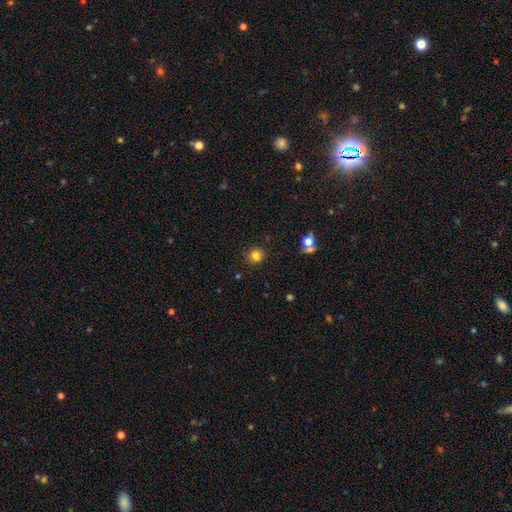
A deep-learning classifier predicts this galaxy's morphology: A smooth galaxy with no disk features (82%) that is round (91%).

Vote fractions:
- Smooth or featured? smooth: 82% / star or artifact: 13% / featured or disk: 5%
- How rounded? round: 91% / in between: 8% / cigar-shaped: 1%
- Merging? none: 89% / minor disturbance: 7% / major disturbance: 2% / merger: 2%